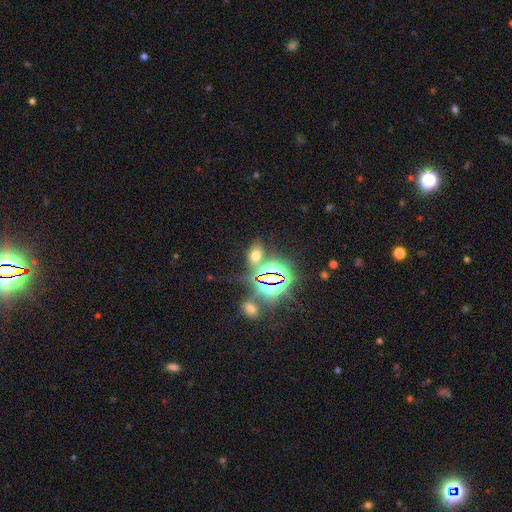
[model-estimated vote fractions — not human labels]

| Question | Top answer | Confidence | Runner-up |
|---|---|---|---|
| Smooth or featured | smooth | 48% | star or artifact (43%) |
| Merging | none | 69% | merger (12%) |